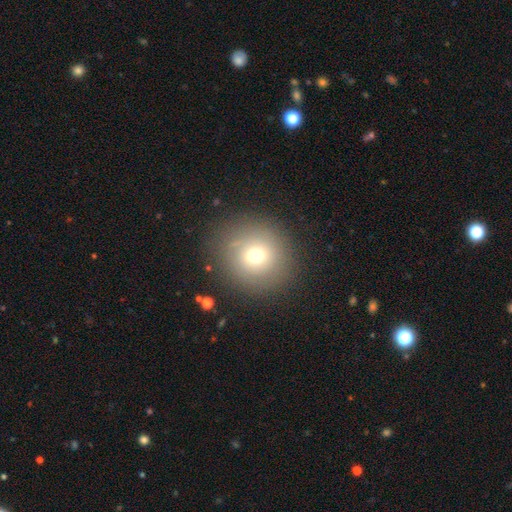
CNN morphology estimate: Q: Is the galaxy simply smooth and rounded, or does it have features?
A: smooth — 68%.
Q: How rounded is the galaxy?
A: round — 91%.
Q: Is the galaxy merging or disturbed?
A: none — 85%.